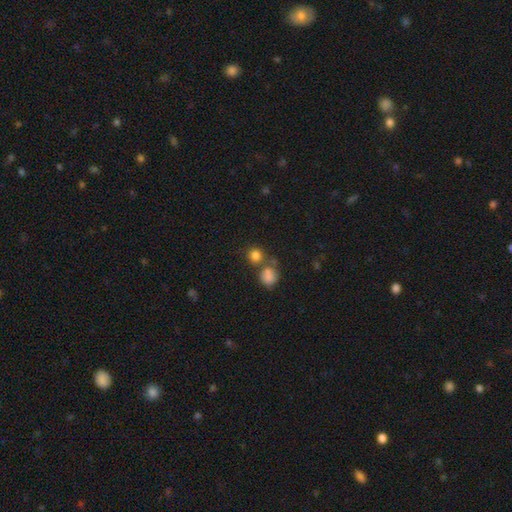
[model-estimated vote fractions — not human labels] A smooth galaxy with no disk features (82%) that is round (87%).

Vote fractions:
- Smooth or featured? smooth: 82% / star or artifact: 12% / featured or disk: 6%
- How rounded? round: 87% / in between: 12% / cigar-shaped: 1%
- Merging? none: 55% / merger: 32% / minor disturbance: 9% / major disturbance: 4%